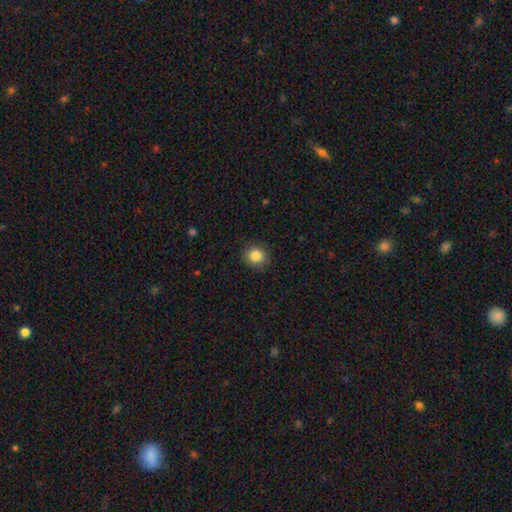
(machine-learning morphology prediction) This appears to be a smooth galaxy with no disk features (85%) that is round (90%). Merging: none (89%).